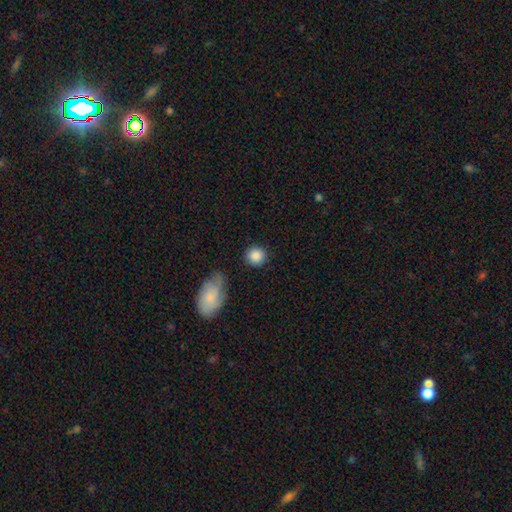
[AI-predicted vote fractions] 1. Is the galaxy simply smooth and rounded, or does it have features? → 87% smooth, 8% star or artifact, 5% featured or disk.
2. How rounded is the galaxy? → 90% round, 9% in between, 1% cigar-shaped.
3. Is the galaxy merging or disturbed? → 83% none, 10% minor disturbance, 3% merger, 3% major disturbance.